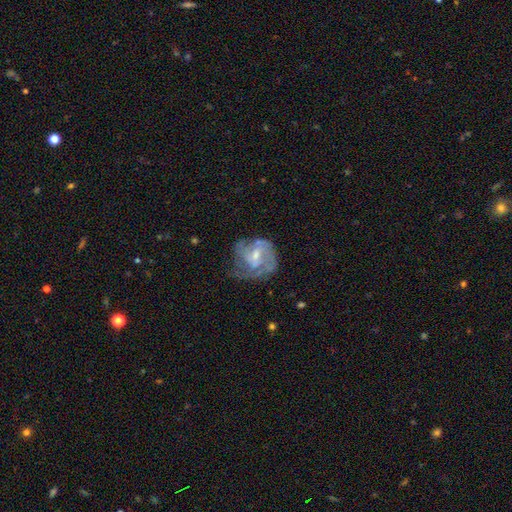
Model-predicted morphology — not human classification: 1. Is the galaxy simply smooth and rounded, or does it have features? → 76% featured or disk, 16% smooth, 8% star or artifact.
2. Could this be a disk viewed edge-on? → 98% no, 2% yes.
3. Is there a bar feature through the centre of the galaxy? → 48% weak, 40% no, 12% strong.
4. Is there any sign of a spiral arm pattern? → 84% yes, 16% no.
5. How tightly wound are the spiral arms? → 44% tight, 40% medium, 16% loose.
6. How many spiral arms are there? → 34% can't tell, 29% 2, 22% 3, 7% 1, 6% 4, 3% more than 4.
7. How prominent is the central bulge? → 47% small, 45% moderate, 5% none, 2% large, 1% dominant.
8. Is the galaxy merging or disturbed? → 52% none, 25% minor disturbance, 20% major disturbance, 3% merger.